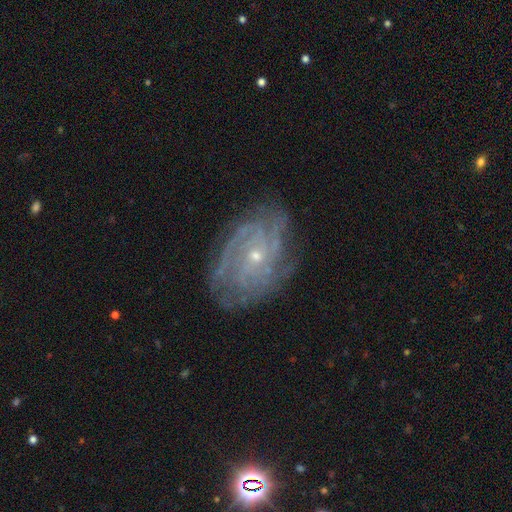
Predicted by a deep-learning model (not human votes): featured or disk 85%, smooth 8%, star or artifact 7%. Down the decision tree: edge-on disk — no (96%); bar — no (76%); spiral arms — yes (94%); spiral arm count — can't tell (37%); spiral winding — tight (64%); bulge size — small (73%); merging — none (72%).